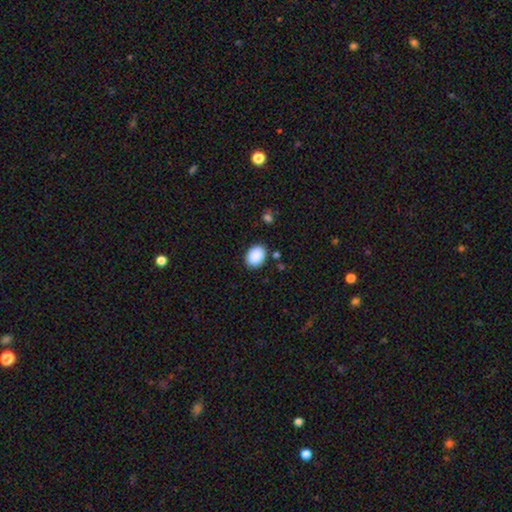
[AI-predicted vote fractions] This is clearly a smooth galaxy (90%). How rounded: likely in between (67%). Merging: clearly none (85%).